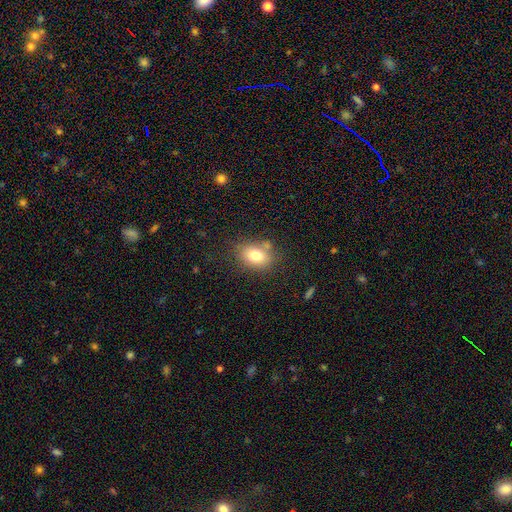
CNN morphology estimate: This is likely a smooth galaxy (76%). How rounded: likely in between (69%). Merging: likely none (72%).